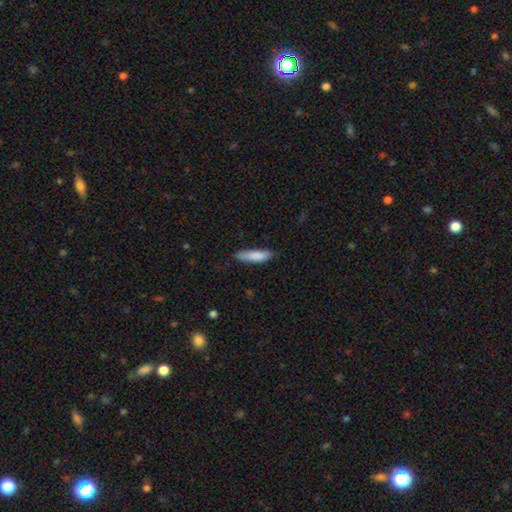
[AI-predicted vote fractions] smooth_or_featured: smooth (p=0.86) [alt: featured or disk p=0.09]
how_rounded: cigar-shaped (p=0.70) [alt: in between p=0.28]
merging: none (p=0.78) [alt: minor disturbance p=0.18]